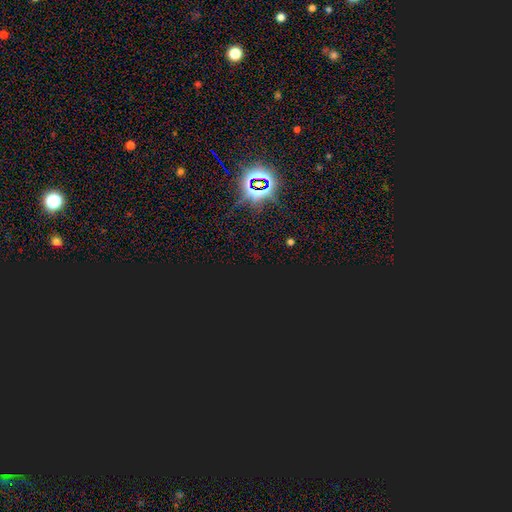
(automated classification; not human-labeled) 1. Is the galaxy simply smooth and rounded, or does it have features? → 83% star or artifact, 11% smooth, 6% featured or disk.